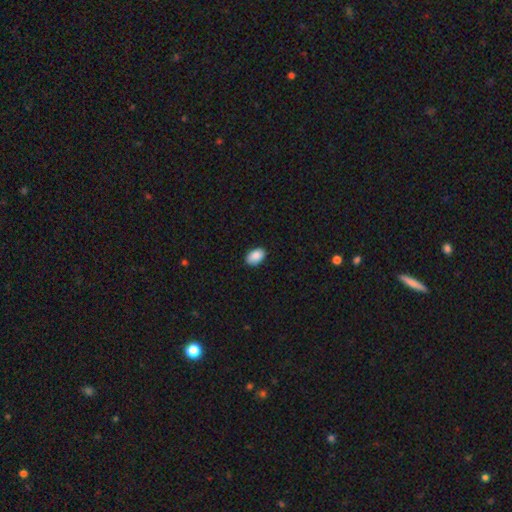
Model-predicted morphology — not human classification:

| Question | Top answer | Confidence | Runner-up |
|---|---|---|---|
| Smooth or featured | smooth | 89% | star or artifact (7%) |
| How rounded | in between | 91% | round (8%) |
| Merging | none | 87% | minor disturbance (11%) |